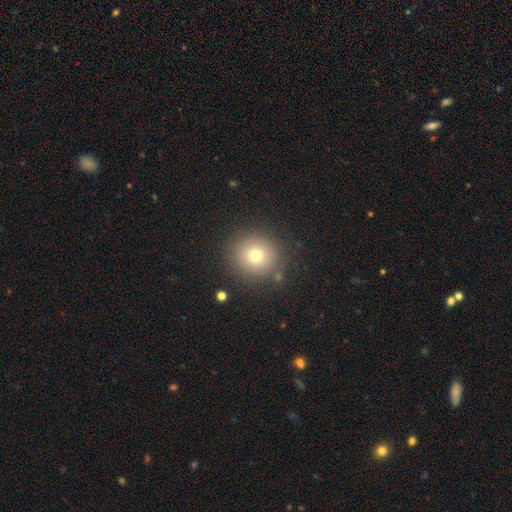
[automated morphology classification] This is likely a smooth galaxy (73%). How rounded: clearly round (93%). Merging: clearly none (85%).